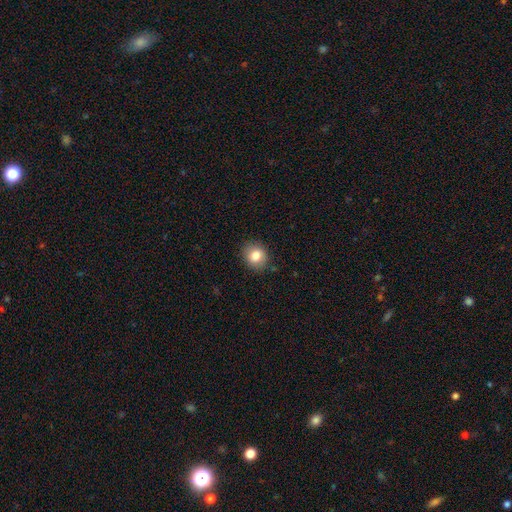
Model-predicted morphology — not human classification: This appears to be a smooth galaxy with no disk features (81%) that is round (70%). Merging: none (87%).